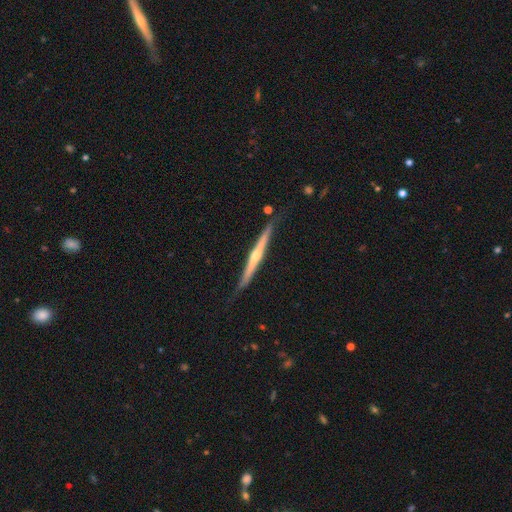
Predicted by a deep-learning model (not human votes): The model was most divided on "smooth or featured": featured or disk: 74%, smooth: 21%, star or artifact: 5%. More confident: edge-on disk — yes (98%); merging — none (81%); edge-on bulge — rounded (77%).